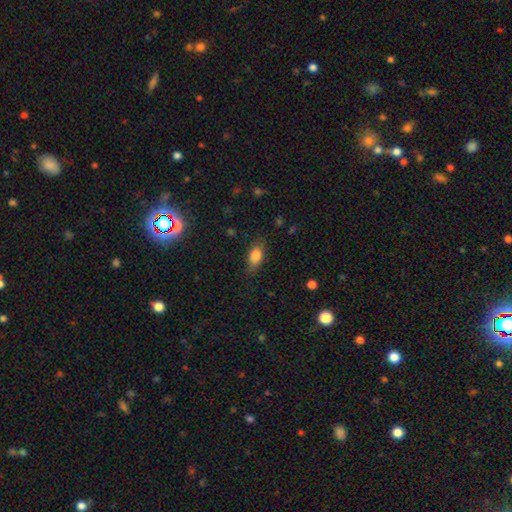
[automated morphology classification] Q: Smooth or featured?
A: smooth (82%); runner-up: featured or disk (10%)
Q: How rounded?
A: in between (85%); runner-up: cigar-shaped (8%)
Q: Merging?
A: none (76%); runner-up: minor disturbance (18%)